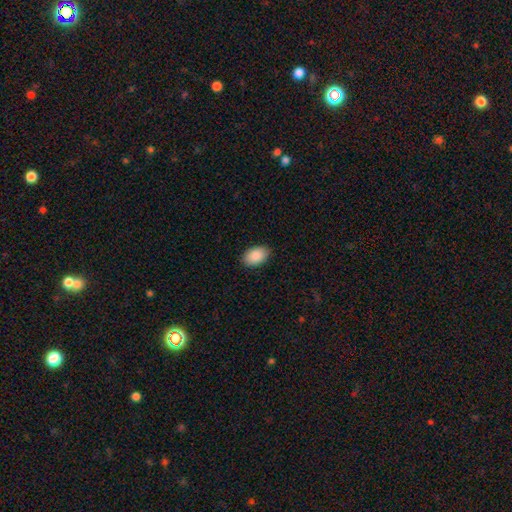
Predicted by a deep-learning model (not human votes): Smooth or featured? Predicted: smooth (p=0.90). How rounded? Predicted: in between (p=0.92). Merging? Predicted: none (p=0.89).